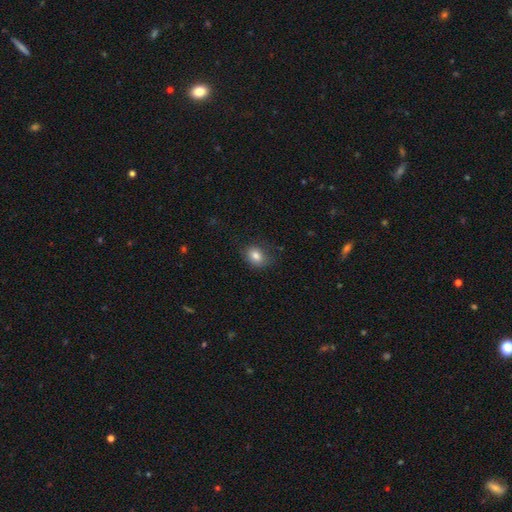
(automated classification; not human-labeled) Smooth or featured? Predicted: smooth (p=0.82). How rounded? Predicted: in between (p=0.58). Merging? Predicted: none (p=0.71).